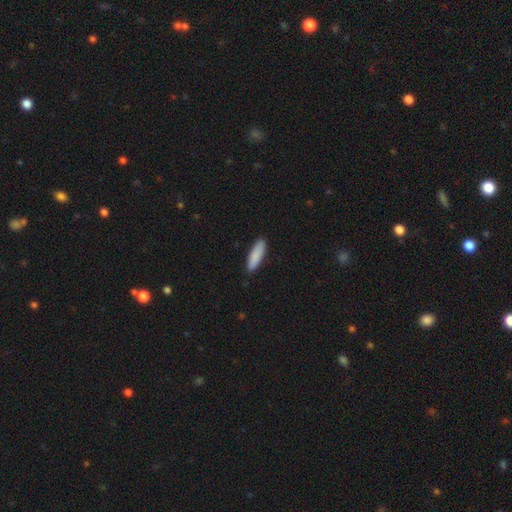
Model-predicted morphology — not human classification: Smooth or featured? smooth (88%)
How rounded? cigar-shaped (60%)
Merging? none (88%)